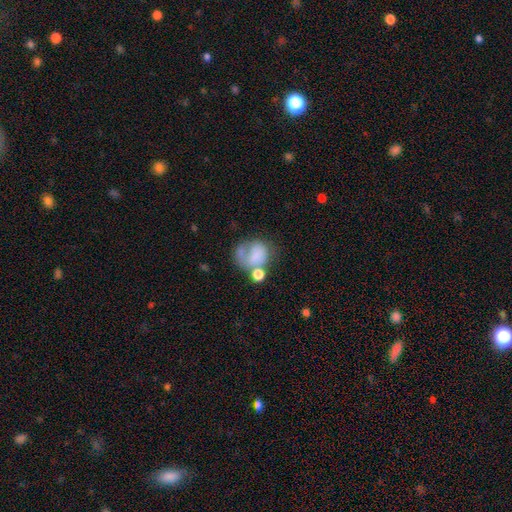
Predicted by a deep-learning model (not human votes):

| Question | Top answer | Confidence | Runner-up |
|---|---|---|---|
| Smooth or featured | smooth | 60% | featured or disk (29%) |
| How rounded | round | 60% | in between (39%) |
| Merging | major disturbance | 30% | none (27%) |